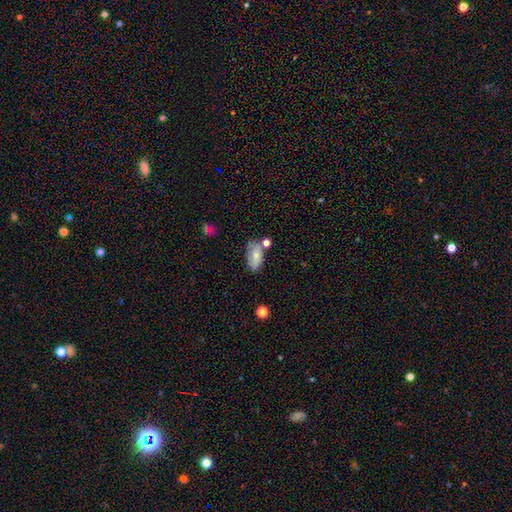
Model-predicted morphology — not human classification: A smooth galaxy with no disk features (74%) that is in between round and cigar-shaped (91%). Merging: none (59%).